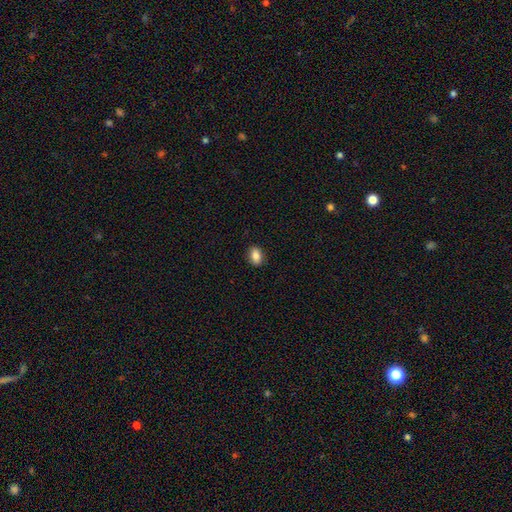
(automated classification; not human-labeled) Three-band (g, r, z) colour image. It shows a smooth galaxy with no disk features (86%) that is in between round and cigar-shaped (78%). Merging: none (89%).